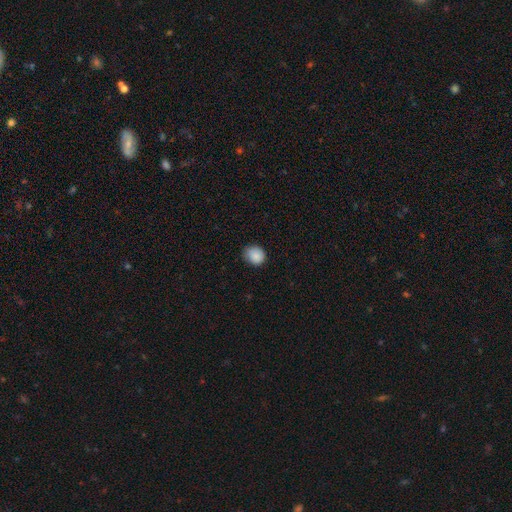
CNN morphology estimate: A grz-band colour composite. It shows a smooth galaxy with no disk features (87%) that is round (72%). Merging: none (70%).